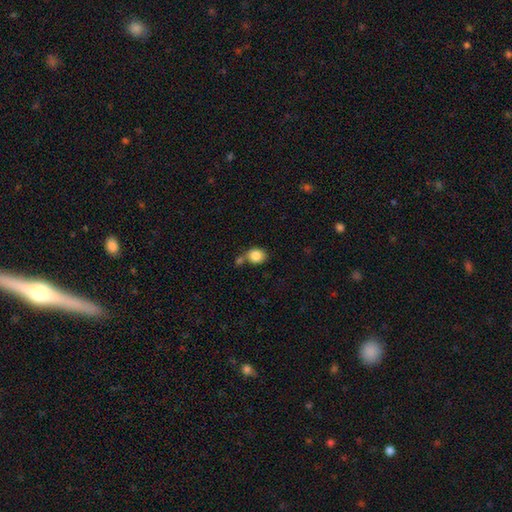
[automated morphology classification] smooth-or-featured: smooth: 85% | star or artifact: 9% | featured or disk: 7%
  how-rounded: round: 64% | in between: 35% | cigar-shaped: 1%
  merging: none: 50% | merger: 30% | minor disturbance: 15% | major disturbance: 5%